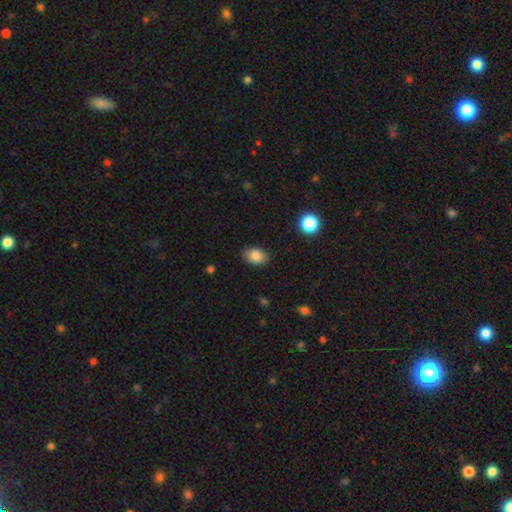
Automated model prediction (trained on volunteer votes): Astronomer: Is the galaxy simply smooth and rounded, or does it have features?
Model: smooth — 85%.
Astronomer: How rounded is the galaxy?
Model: in between — 82%.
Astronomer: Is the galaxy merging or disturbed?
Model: none — 86%.